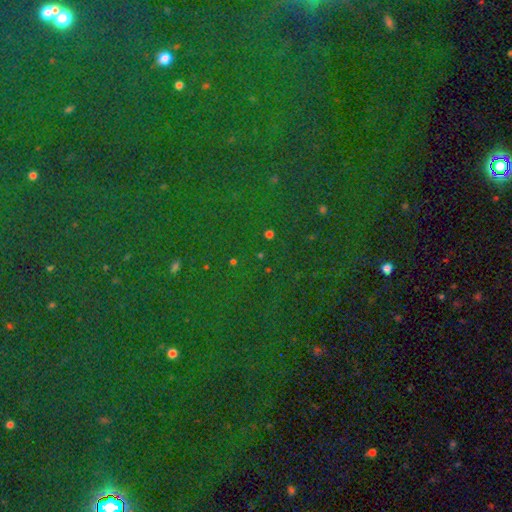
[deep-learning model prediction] Overall: star or artifact (83%).